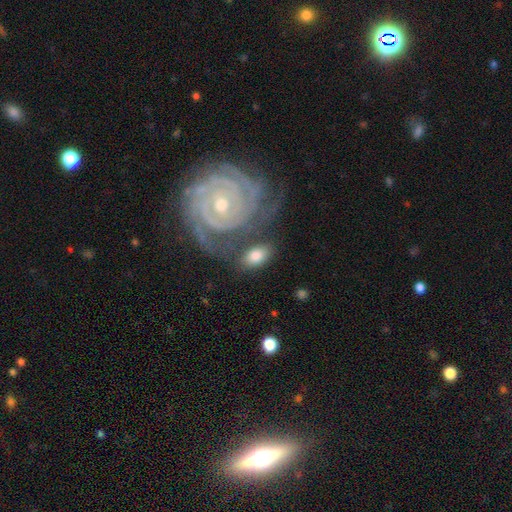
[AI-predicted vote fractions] Smooth or featured: smooth — 66% (featured or disk — 28%)
How rounded: in between — 90% (round — 7%)
Merging: none — 64% (minor disturbance — 16%)